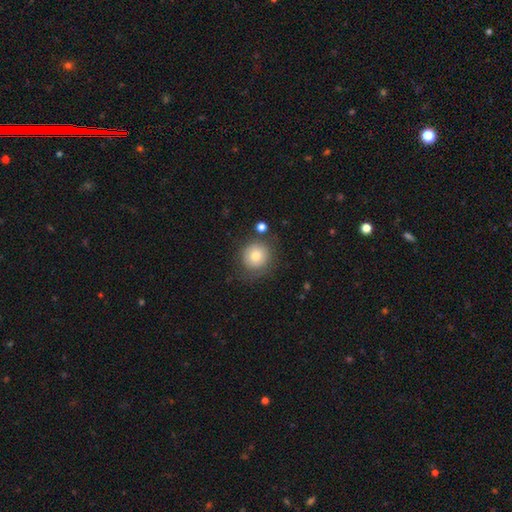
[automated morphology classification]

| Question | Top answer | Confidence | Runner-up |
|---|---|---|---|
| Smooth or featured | smooth | 75% | featured or disk (15%) |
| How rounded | round | 90% | in between (9%) |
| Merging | none | 74% | minor disturbance (15%) |